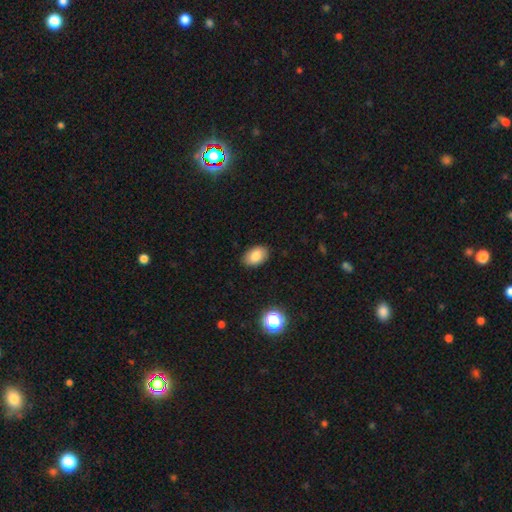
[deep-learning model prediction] This appears to be a smooth galaxy with no disk features (83%) that is in between round and cigar-shaped (89%). Merging: none (87%).